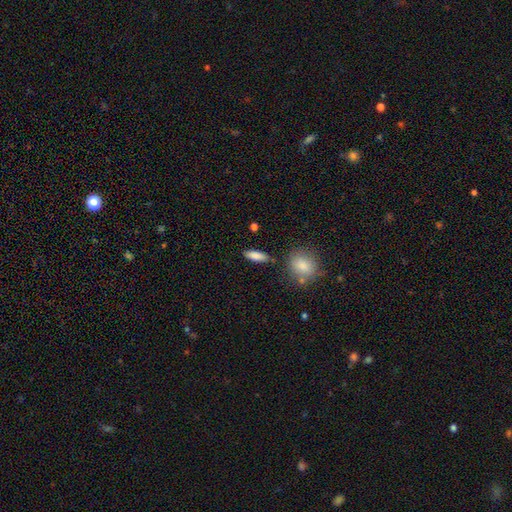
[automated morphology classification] The model was most divided on "how rounded": in between: 61%, cigar-shaped: 36%, round: 3%. More confident: smooth or featured — smooth (85%); merging — none (82%).